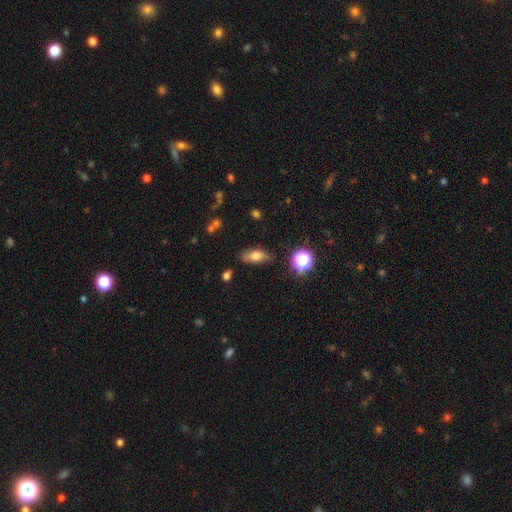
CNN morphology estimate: The model was most divided on "smooth or featured": smooth: 72%, featured or disk: 16%, star or artifact: 12%. More confident: how rounded — in between (79%); merging — none (78%).